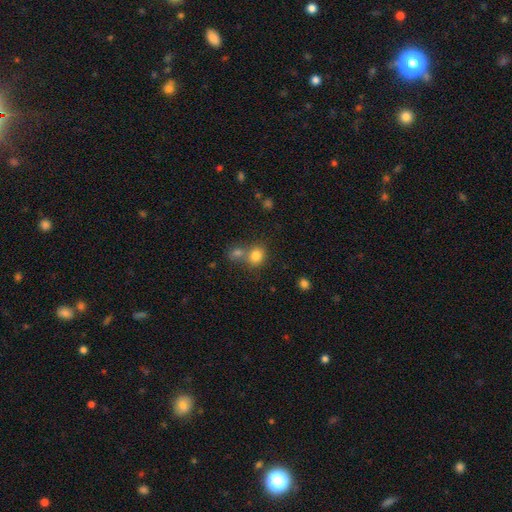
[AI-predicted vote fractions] A smooth galaxy with no disk features (80%) that is round (69%).

Vote fractions:
- Smooth or featured? smooth: 80% / star or artifact: 12% / featured or disk: 8%
- How rounded? round: 69% / in between: 30% / cigar-shaped: 1%
- Merging? none: 49% / merger: 39% / minor disturbance: 9% / major disturbance: 4%